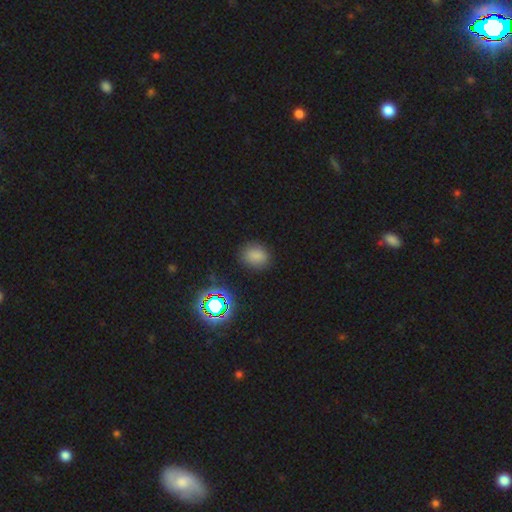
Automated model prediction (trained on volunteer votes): Smooth or featured: smooth — 77% (star or artifact — 17%)
How rounded: in between — 50% (round — 49%)
Merging: none — 85% (minor disturbance — 11%)